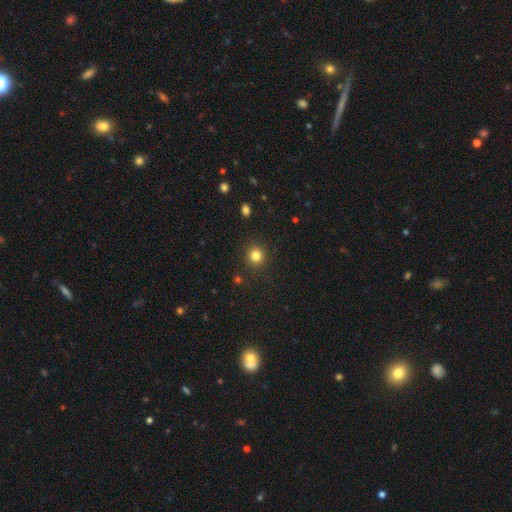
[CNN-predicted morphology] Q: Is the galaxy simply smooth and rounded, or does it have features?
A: smooth — 82%.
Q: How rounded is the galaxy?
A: round — 91%.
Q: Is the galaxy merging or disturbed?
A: none — 90%.